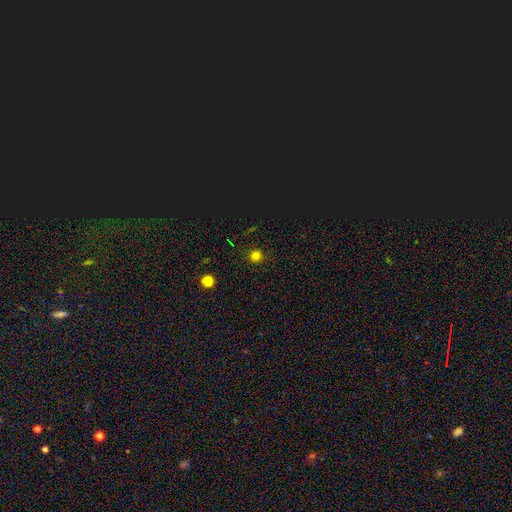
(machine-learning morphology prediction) This is likely a smooth galaxy (74%). How rounded: clearly round (94%). Merging: clearly none (90%).